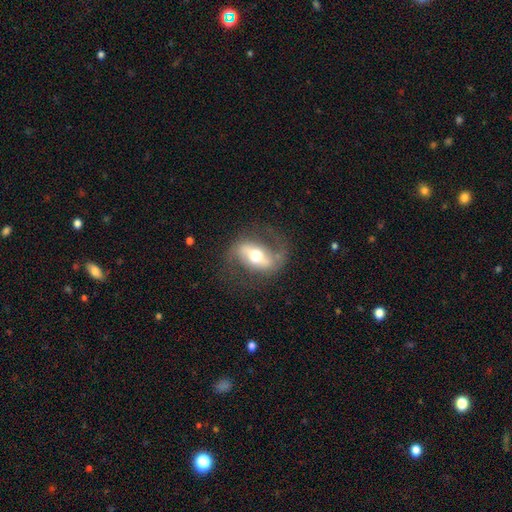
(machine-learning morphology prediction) smooth_or_featured: featured or disk (p=0.74) [alt: smooth p=0.20]
disk_edge_on: no (p=0.90) [alt: yes p=0.10]
bar: strong (p=0.56) [alt: weak p=0.26]
has_spiral_arms: yes (p=0.79) [alt: no p=0.21]
spiral_winding: loose (p=0.44) [alt: medium p=0.42]
spiral_arm_count: 2 (p=0.88) [alt: can't tell p=0.05]
bulge_size: moderate (p=0.67) [alt: large p=0.15]
merging: none (p=0.70) [alt: minor disturbance p=0.16]